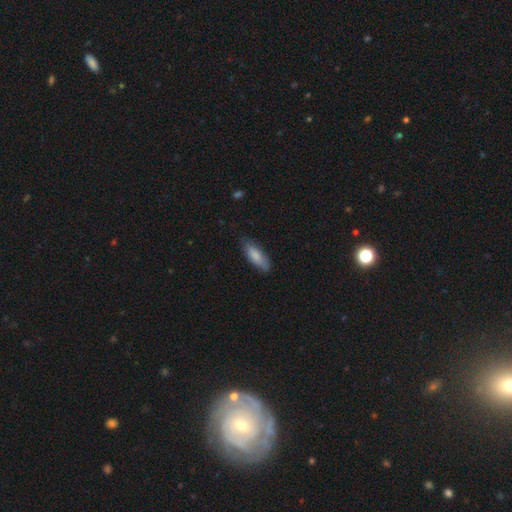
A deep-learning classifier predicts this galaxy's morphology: Smooth or featured? smooth (81%)
How rounded? in between (66%)
Merging? none (75%)